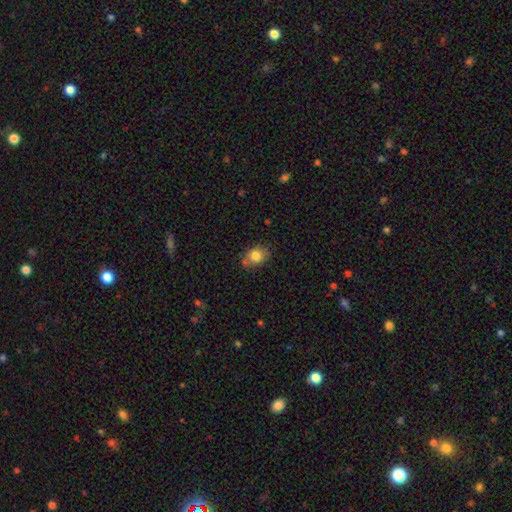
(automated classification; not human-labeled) The model was most divided on "how rounded": in between: 54%, round: 45%, cigar-shaped: 1%. More confident: smooth or featured — smooth (81%); merging — none (72%).